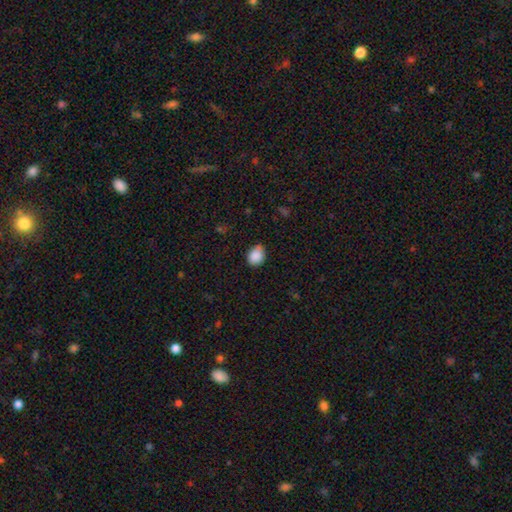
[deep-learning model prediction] The model was most divided on "how rounded": in between: 58%, round: 41%, cigar-shaped: 1%. More confident: smooth or featured — smooth (88%); merging — none (70%).